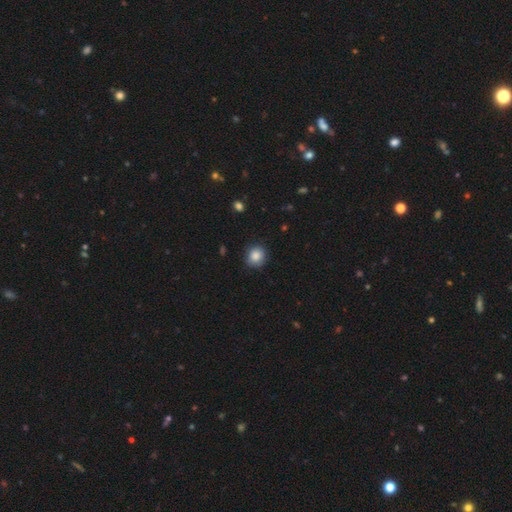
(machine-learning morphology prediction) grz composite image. It shows a smooth galaxy with no disk features (86%) that is round (83%). Merging: none (84%).